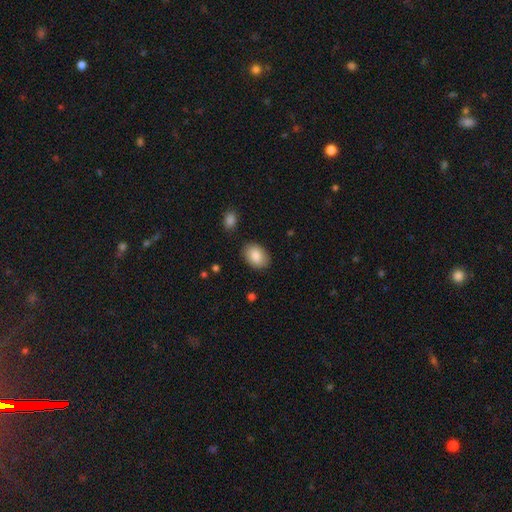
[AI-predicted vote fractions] Smooth or featured?
  - smooth: 86% *
  - featured or disk: 7%
  - star or artifact: 7%
How rounded?
  - in between: 82% *
  - round: 17%
  - cigar-shaped: 1%
Merging?
  - none: 86% *
  - minor disturbance: 10%
  - major disturbance: 2%
  - merger: 2%